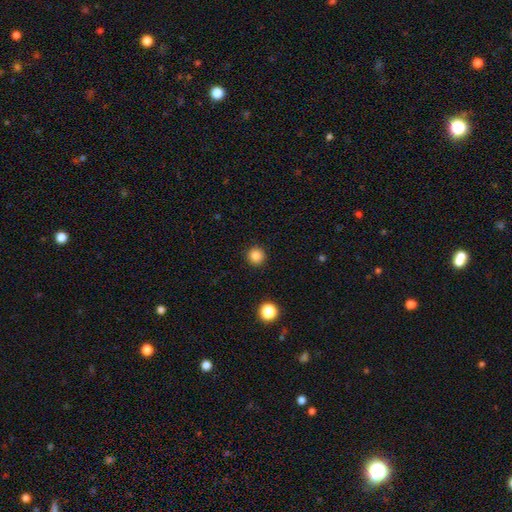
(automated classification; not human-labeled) Q: Smooth or featured?
A: smooth (85%); runner-up: star or artifact (12%)
Q: How rounded?
A: round (95%); runner-up: in between (4%)
Q: Merging?
A: none (92%); runner-up: minor disturbance (5%)